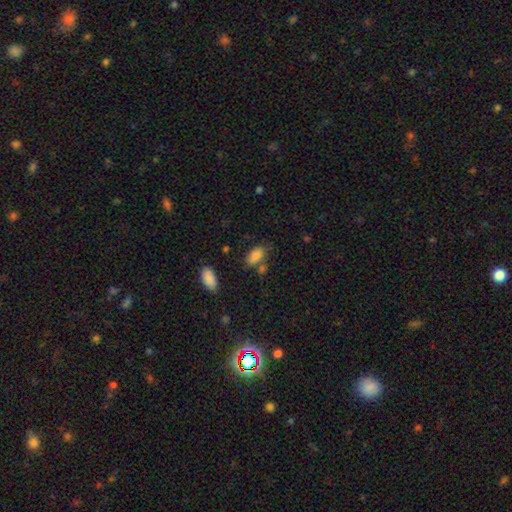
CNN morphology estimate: smooth 84%, star or artifact 9%, featured or disk 7%. Down the decision tree: how rounded — in between (91%); merging — none (62%).